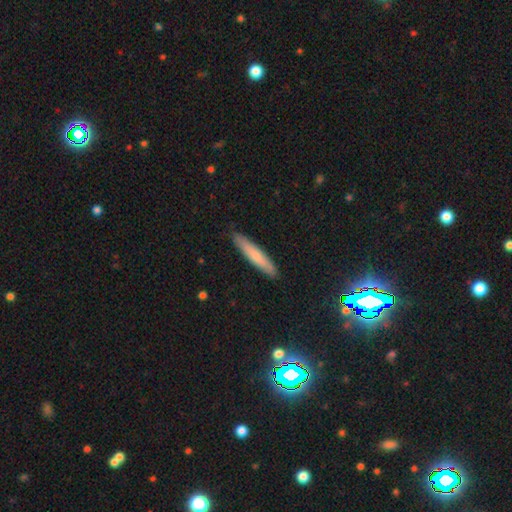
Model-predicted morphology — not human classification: Overall: smooth (73%). How rounded: cigar-shaped (92%). Merging: none (90%).